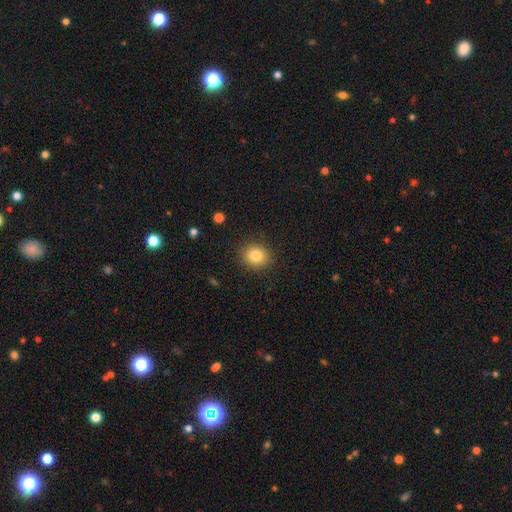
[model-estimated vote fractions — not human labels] smooth-or-featured: smooth: 82% | star or artifact: 10% | featured or disk: 8%
  how-rounded: round: 72% | in between: 27% | cigar-shaped: 1%
  merging: none: 87% | minor disturbance: 9% | major disturbance: 3% | merger: 1%